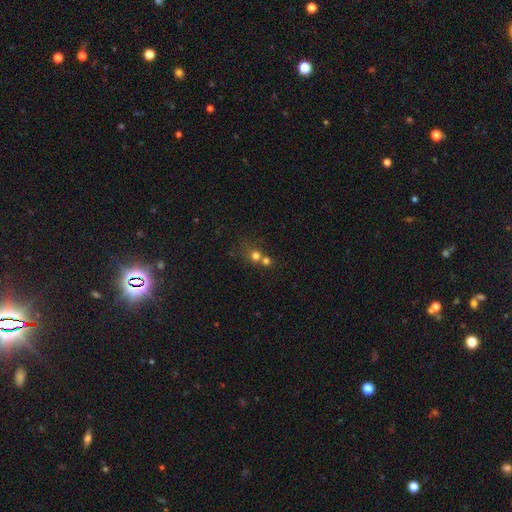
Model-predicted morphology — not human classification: The model was most divided on "merging": merger: 51%, none: 39%, minor disturbance: 7%, major disturbance: 4%. More confident: how rounded — round (82%); smooth or featured — smooth (70%).